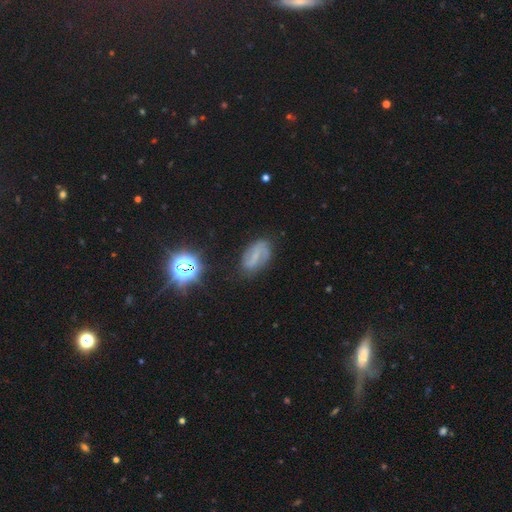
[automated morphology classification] Smooth or featured: featured or disk — 60% (smooth — 25%)
Edge-on disk: no — 96% (yes — 4%)
Bar: weak — 42% (strong — 36%)
Spiral arms: yes — 83% (no — 17%)
Bulge size: none — 47% (small — 39%)
Merging: none — 71% (minor disturbance — 19%)